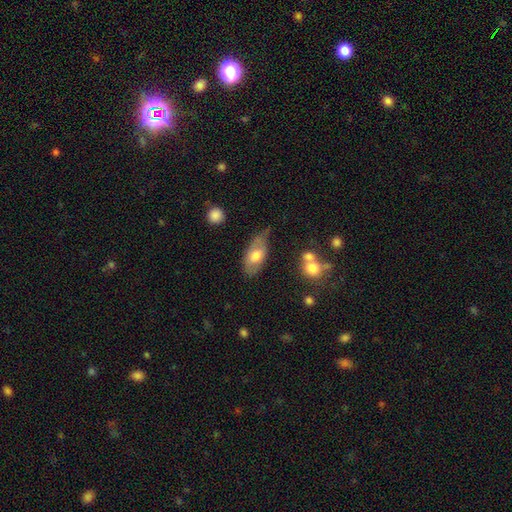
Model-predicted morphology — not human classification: Overall: smooth (65%; featured or disk 29%). How rounded: in between (89%). Merging: none (49%; minor disturbance 34%).